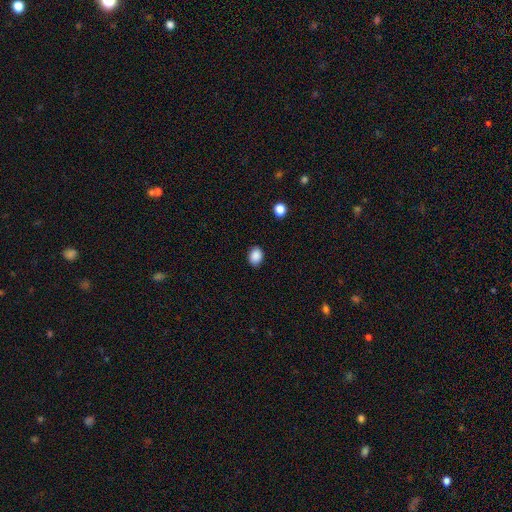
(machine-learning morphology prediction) Smooth or featured? smooth (88%)
How rounded? in between (58%)
Merging? none (86%)